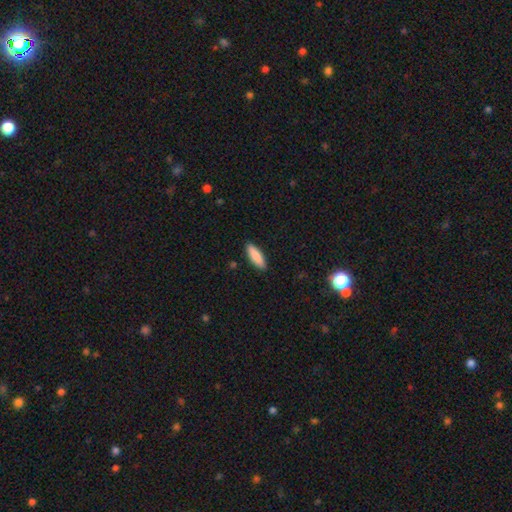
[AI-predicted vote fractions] Smooth or featured: smooth — 87% (featured or disk — 7%)
How rounded: cigar-shaped — 50% (in between — 48%)
Merging: none — 89% (minor disturbance — 8%)